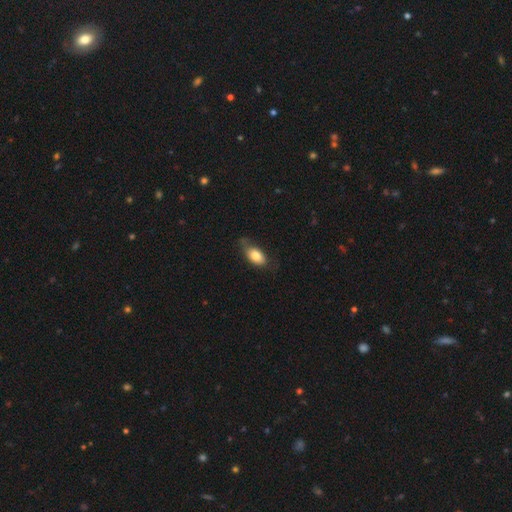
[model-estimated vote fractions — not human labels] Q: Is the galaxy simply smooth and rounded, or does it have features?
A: smooth — 78%.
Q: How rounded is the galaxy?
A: in between — 89%.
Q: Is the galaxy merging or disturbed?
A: none — 59%.